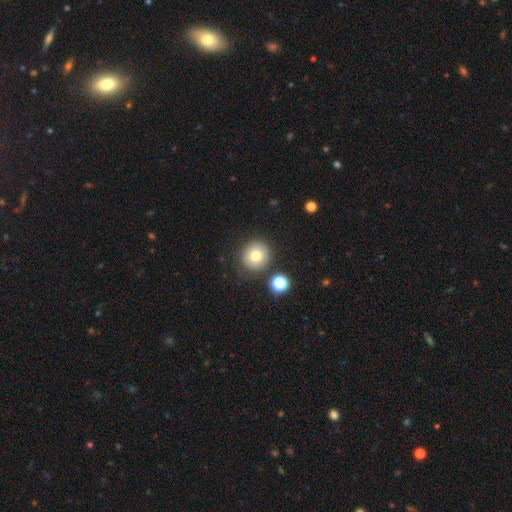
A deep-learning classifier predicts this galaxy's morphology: Smooth or featured? smooth (76%)
How rounded? round (92%)
Merging? none (80%)